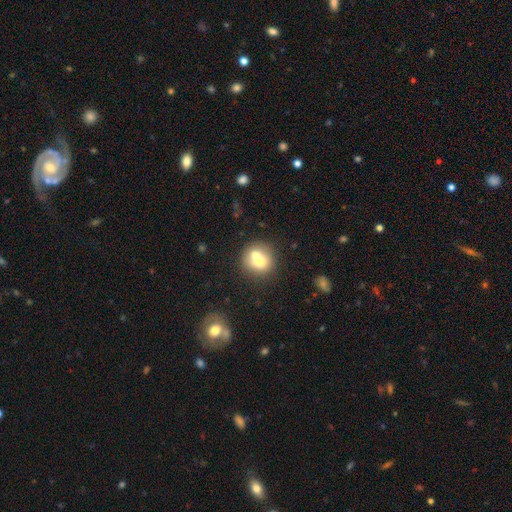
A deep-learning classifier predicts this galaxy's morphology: A smooth galaxy with no disk features (65%) that is round (84%). Merging: merger (53%).